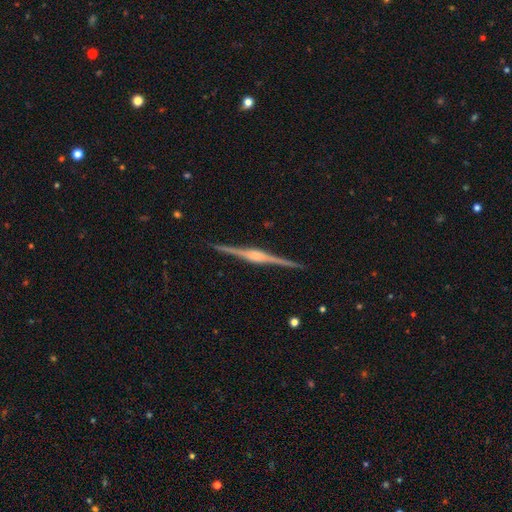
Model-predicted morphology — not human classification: smooth-or-featured: featured or disk: 90% | smooth: 6% | star or artifact: 5%
  disk-edge-on: yes: 99% | no: 1%
    edge-on-bulge: rounded: 65% | boxy: 28% | none: 8%
  merging: none: 92% | minor disturbance: 5% | major disturbance: 1% | merger: 1%